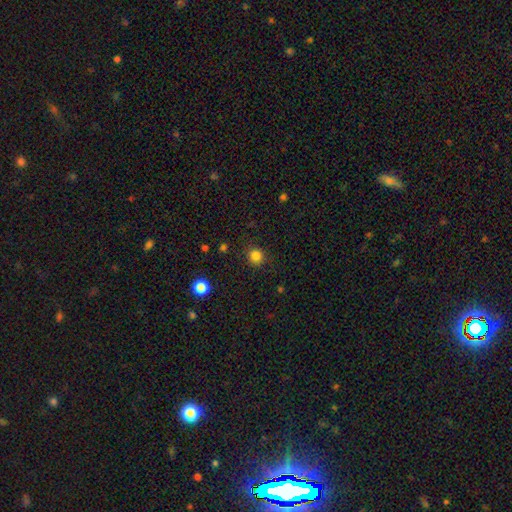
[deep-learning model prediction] Smooth or featured: smooth — 83% (star or artifact — 13%)
How rounded: round — 92% (in between — 7%)
Merging: none — 89% (minor disturbance — 7%)